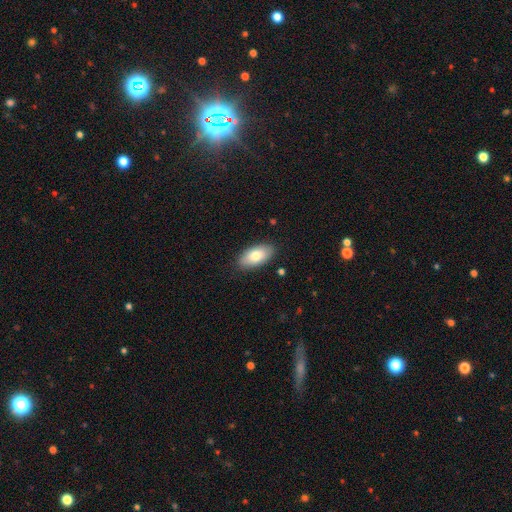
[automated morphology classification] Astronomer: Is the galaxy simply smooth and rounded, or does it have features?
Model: smooth — 78%.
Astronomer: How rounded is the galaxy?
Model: in between — 93%.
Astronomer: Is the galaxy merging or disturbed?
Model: none — 86%.